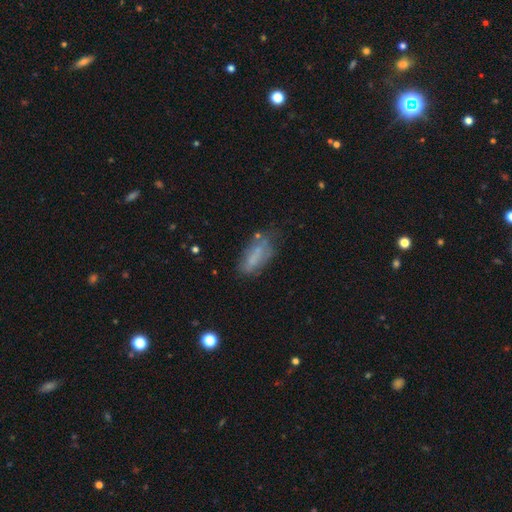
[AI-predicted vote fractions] A smooth galaxy with no disk features (59%) that is in between round and cigar-shaped (76%).

Vote fractions:
- Smooth or featured? smooth: 59% / featured or disk: 30% / star or artifact: 11%
- How rounded? in between: 76% / cigar-shaped: 21% / round: 3%
- Merging? none: 49% / minor disturbance: 28% / major disturbance: 16% / merger: 6%